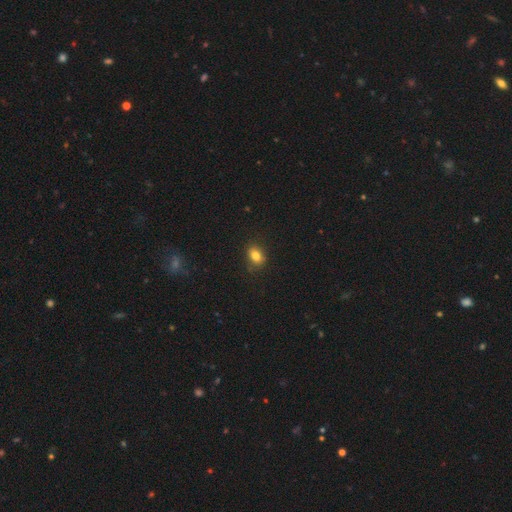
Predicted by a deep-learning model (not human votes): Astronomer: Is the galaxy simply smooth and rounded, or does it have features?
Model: smooth — 83%.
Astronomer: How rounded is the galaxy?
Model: in between — 68%.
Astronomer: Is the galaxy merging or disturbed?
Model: none — 84%.